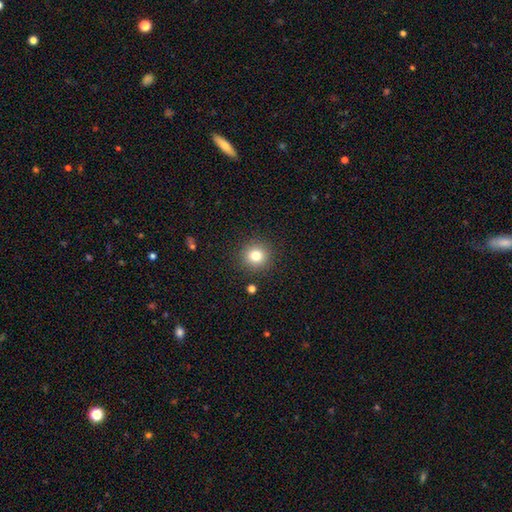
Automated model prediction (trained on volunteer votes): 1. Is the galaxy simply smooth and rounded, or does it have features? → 80% smooth, 12% star or artifact, 8% featured or disk.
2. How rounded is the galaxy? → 94% round, 5% in between, 1% cigar-shaped.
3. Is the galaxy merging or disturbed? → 90% none, 6% minor disturbance, 2% major disturbance, 2% merger.